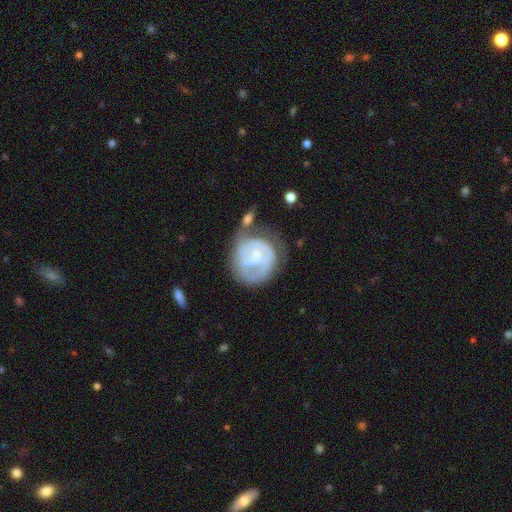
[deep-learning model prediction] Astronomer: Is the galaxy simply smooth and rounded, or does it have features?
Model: featured or disk — 70%.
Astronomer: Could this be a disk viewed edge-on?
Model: no — 98%.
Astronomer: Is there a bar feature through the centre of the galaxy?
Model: no — 50% (runner-up: weak, 41%).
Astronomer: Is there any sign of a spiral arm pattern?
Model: yes — 82%.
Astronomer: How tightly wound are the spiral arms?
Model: tight — 50% (runner-up: medium, 35%).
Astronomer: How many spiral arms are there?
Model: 2 — 38% (runner-up: can't tell, 30%).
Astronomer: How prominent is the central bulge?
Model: small — 58%.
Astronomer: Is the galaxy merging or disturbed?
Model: none — 41% (runner-up: minor disturbance, 22%).